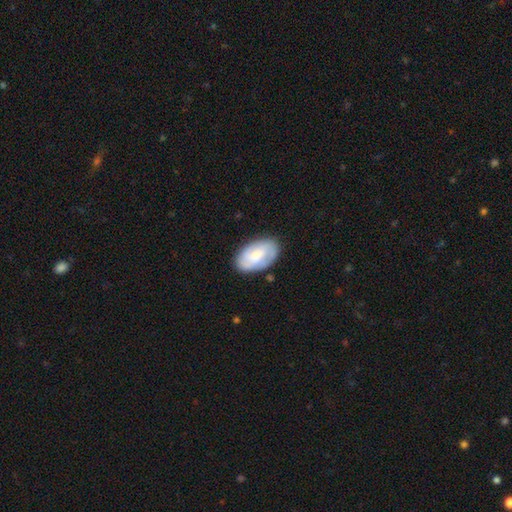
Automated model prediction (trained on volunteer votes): Smooth or featured? featured or disk (48%)
Merging? none (79%)